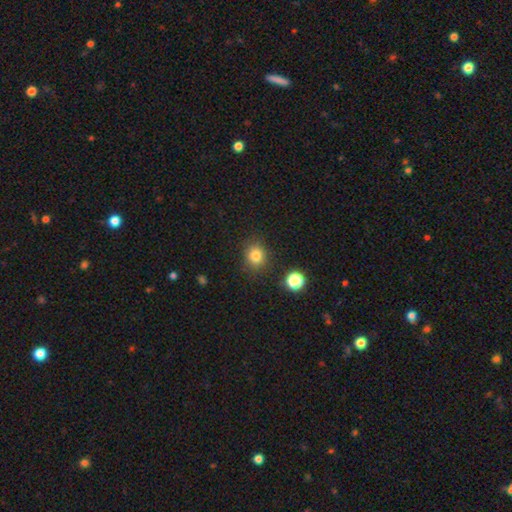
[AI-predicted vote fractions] Smooth or featured? smooth (81%)
How rounded? round (78%)
Merging? none (84%)